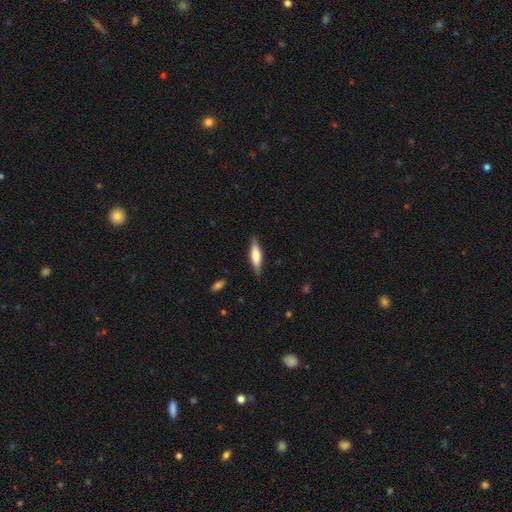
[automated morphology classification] A smooth galaxy with no disk features (49%).

Vote fractions:
- Smooth or featured? smooth: 49% / featured or disk: 44% / star or artifact: 6%
- Merging? none: 86% / minor disturbance: 10% / major disturbance: 2% / merger: 1%